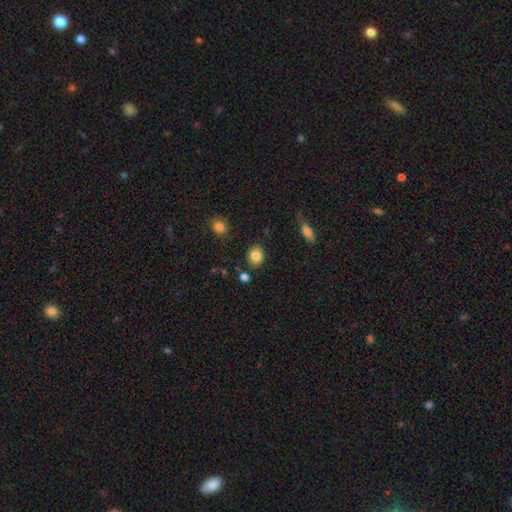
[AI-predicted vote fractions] smooth-or-featured: smooth: 84% | star or artifact: 9% | featured or disk: 7%
  how-rounded: round: 52% | in between: 46% | cigar-shaped: 1%
  merging: none: 84% | minor disturbance: 10% | merger: 4% | major disturbance: 3%